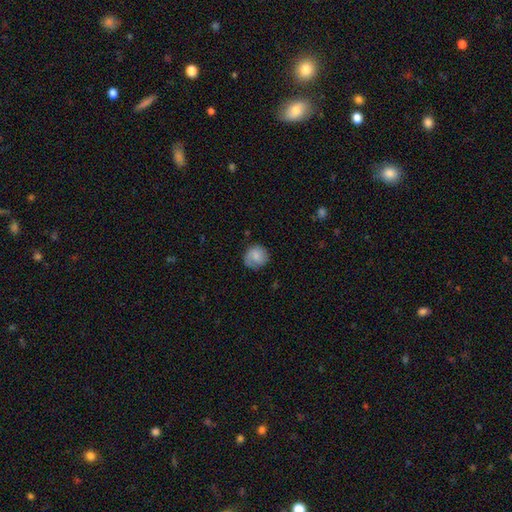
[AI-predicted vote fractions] Smooth or featured: smooth — 71% (featured or disk — 22%)
How rounded: round — 86% (in between — 13%)
Merging: none — 70% (minor disturbance — 21%)